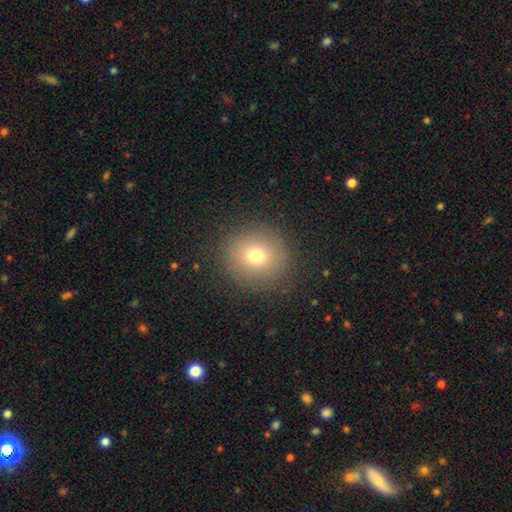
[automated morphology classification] This is likely a smooth galaxy (72%). How rounded: clearly round (89%). Merging: clearly none (87%).